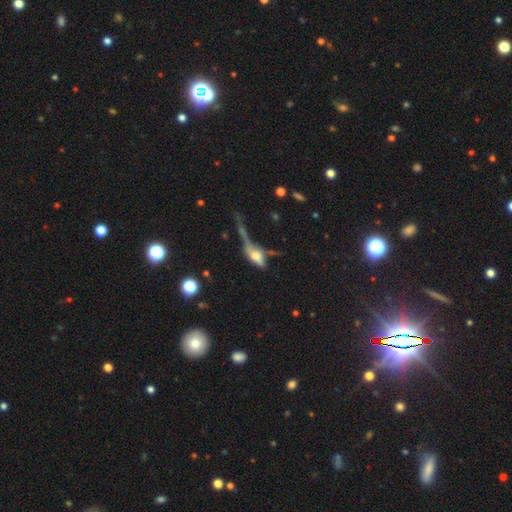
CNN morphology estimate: Smooth or featured?
  - smooth: 45% *
  - featured or disk: 43%
  - star or artifact: 12%
Merging?
  - major disturbance: 34% *
  - none: 25%
  - merger: 24%
  - minor disturbance: 17%